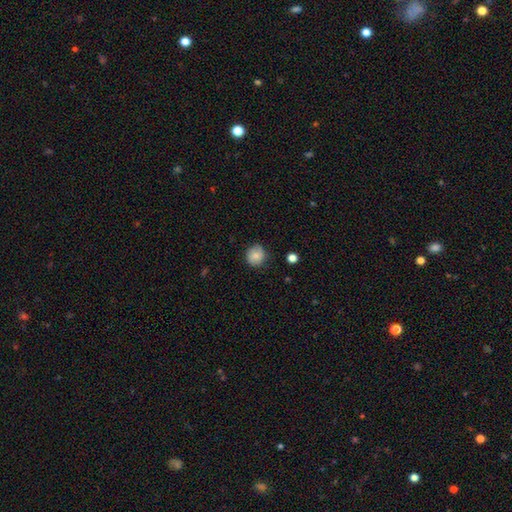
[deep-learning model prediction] A smooth galaxy with no disk features (80%) that is round (90%).

Vote fractions:
- Smooth or featured? smooth: 80% / featured or disk: 11% / star or artifact: 9%
- How rounded? round: 90% / in between: 10% / cigar-shaped: 1%
- Merging? none: 80% / minor disturbance: 16% / major disturbance: 3% / merger: 1%